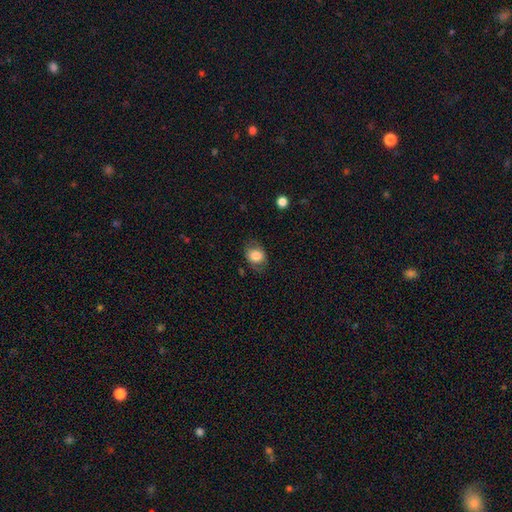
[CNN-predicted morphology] A smooth galaxy with no disk features (77%) that is in between round and cigar-shaped (55%). Merging: none (71%).